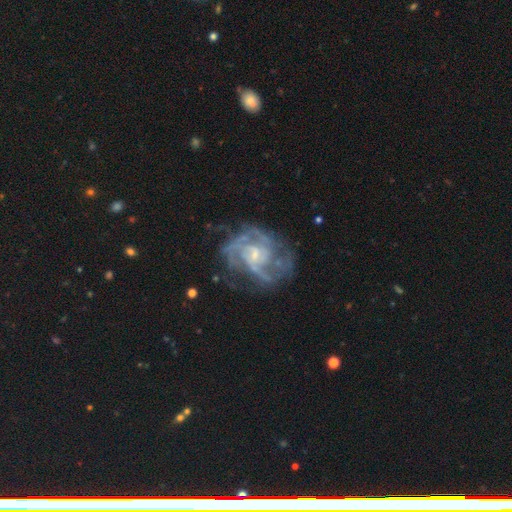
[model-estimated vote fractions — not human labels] This appears to be a featured or disk galaxy (86%) with no bar (56%), 3 (29%) medium (45%) spiral arms (95%) and a small central bulge (61%). Merging: none (67%).